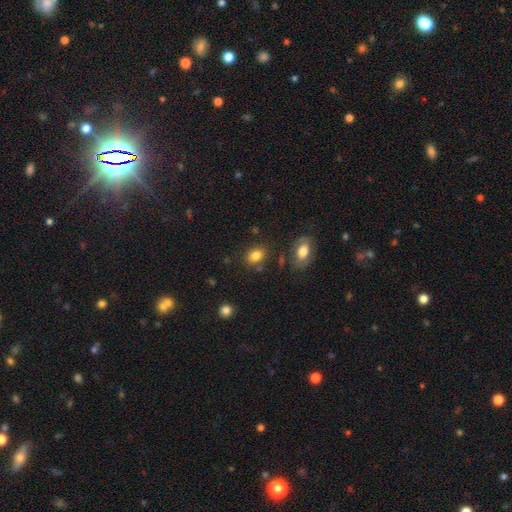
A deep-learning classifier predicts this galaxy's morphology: smooth-or-featured: smooth: 83% | star or artifact: 10% | featured or disk: 7%
  how-rounded: in between: 69% | round: 30% | cigar-shaped: 1%
  merging: none: 78% | minor disturbance: 12% | merger: 6% | major disturbance: 4%